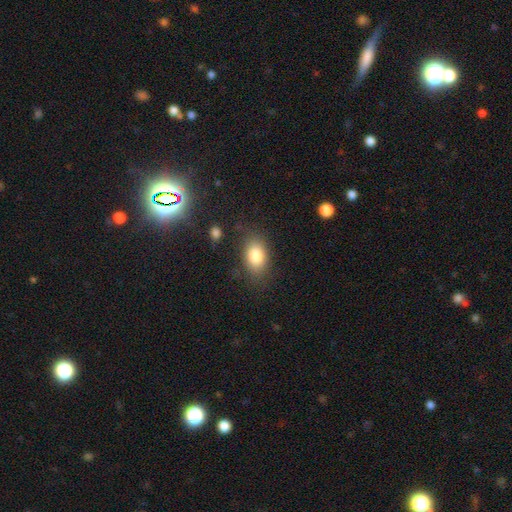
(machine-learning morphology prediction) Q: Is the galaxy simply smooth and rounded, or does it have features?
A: smooth — 83%.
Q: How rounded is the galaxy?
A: in between — 84%.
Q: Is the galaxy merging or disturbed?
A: none — 78%.